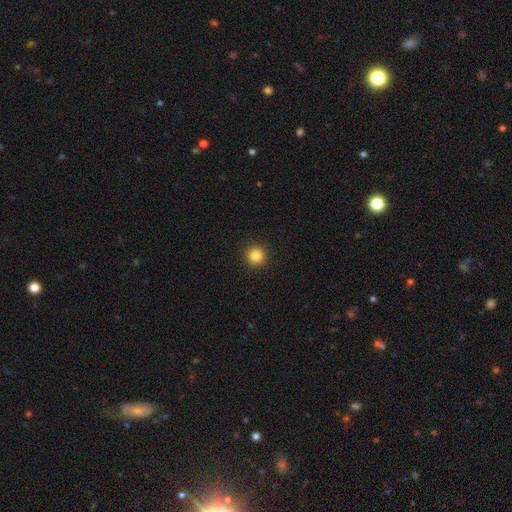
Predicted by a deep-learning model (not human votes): A smooth galaxy with no disk features (83%) that is round (94%). Merging: none (92%).